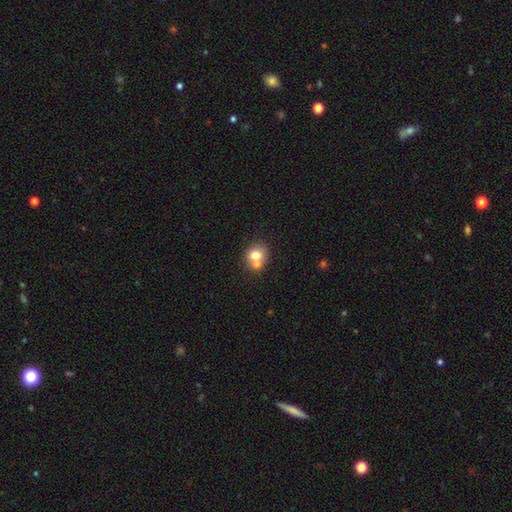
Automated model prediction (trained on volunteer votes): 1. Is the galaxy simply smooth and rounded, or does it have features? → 73% smooth, 17% featured or disk, 10% star or artifact.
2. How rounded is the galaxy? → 70% round, 29% in between, 1% cigar-shaped.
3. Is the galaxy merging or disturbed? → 46% none, 40% merger, 10% minor disturbance, 3% major disturbance.